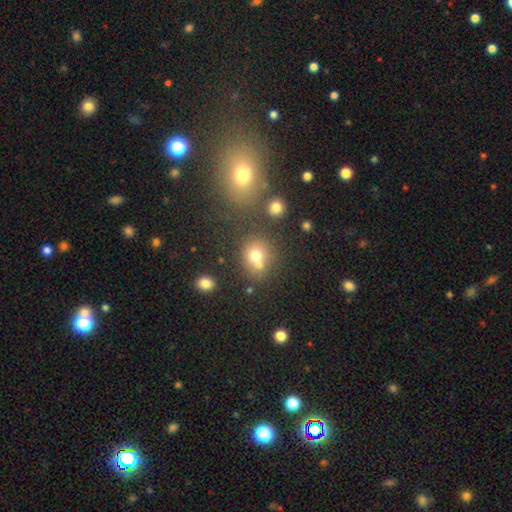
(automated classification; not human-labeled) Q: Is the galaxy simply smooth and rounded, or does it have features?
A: smooth — 71%.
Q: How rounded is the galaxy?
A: round — 77%.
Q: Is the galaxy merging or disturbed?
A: none — 48%.